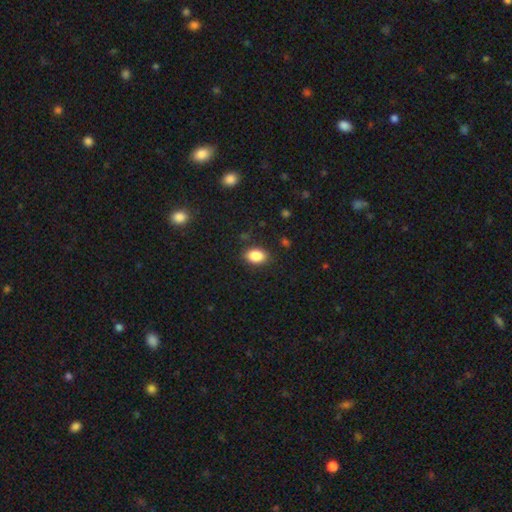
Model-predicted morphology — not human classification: Smooth or featured? smooth (87%)
How rounded? in between (80%)
Merging? none (86%)